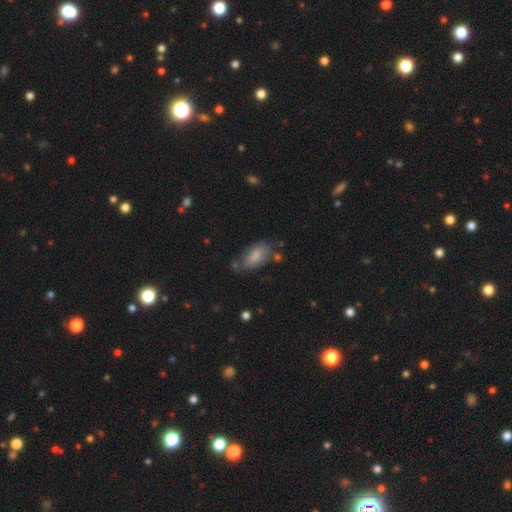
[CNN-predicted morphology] Overall: smooth (77%). How rounded: in between (87%). Merging: none (61%; minor disturbance 25%).